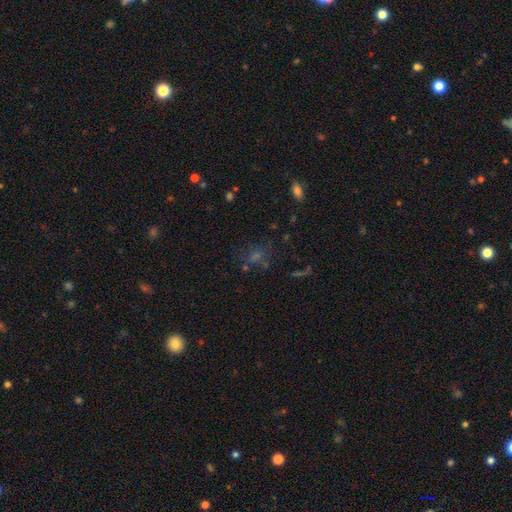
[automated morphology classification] This is possibly a star or artifact rather than a galaxy (46%).